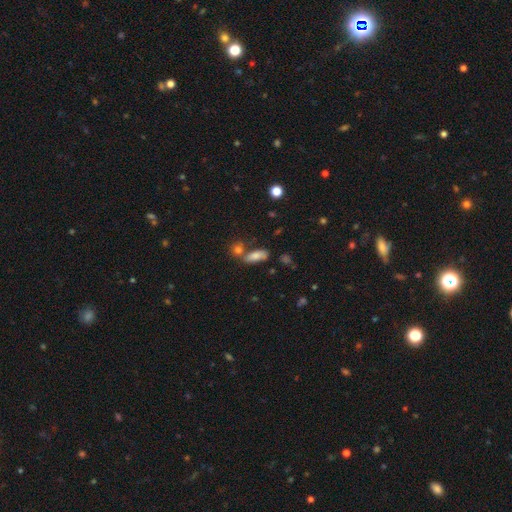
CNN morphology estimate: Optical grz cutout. It shows a smooth galaxy with no disk features (76%) that is in between round and cigar-shaped (71%). Merging: none (58%).